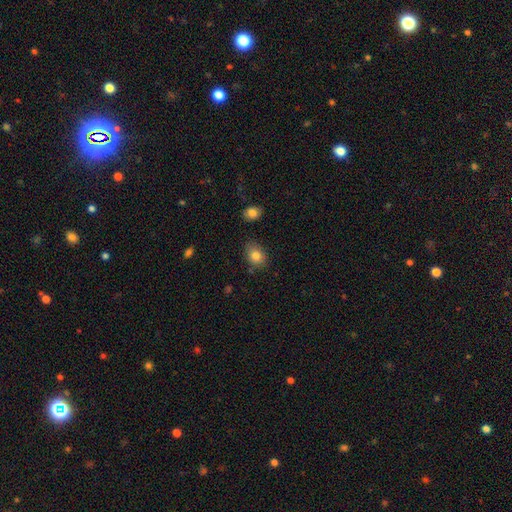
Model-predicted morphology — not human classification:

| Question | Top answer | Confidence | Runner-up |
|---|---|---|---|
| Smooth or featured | smooth | 83% | star or artifact (9%) |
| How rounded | in between | 70% | round (29%) |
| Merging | none | 77% | minor disturbance (17%) |